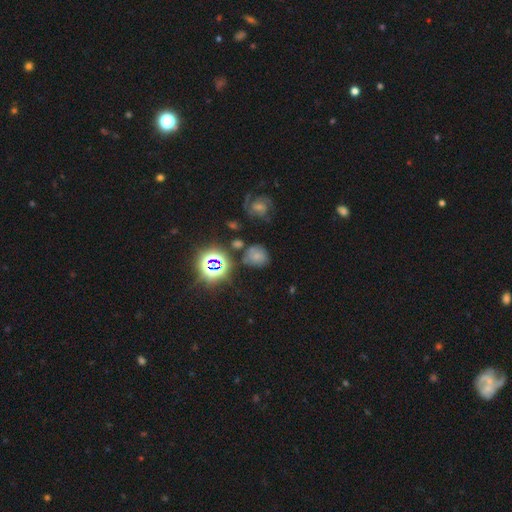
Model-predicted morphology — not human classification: A smooth galaxy with no disk features (53%) that is round (73%).

Vote fractions:
- Smooth or featured? smooth: 53% / star or artifact: 31% / featured or disk: 16%
- How rounded? round: 73% / in between: 26% / cigar-shaped: 1%
- Merging? none: 67% / minor disturbance: 17% / merger: 8% / major disturbance: 7%